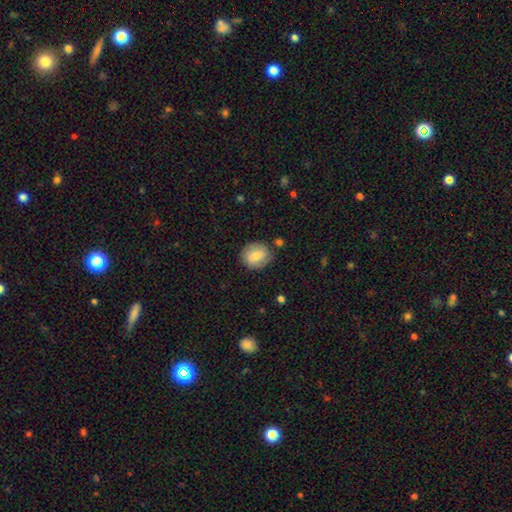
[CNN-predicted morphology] The model was most divided on "how rounded": round: 73%, in between: 26%, cigar-shaped: 1%. More confident: merging — none (80%); smooth or featured — smooth (74%).